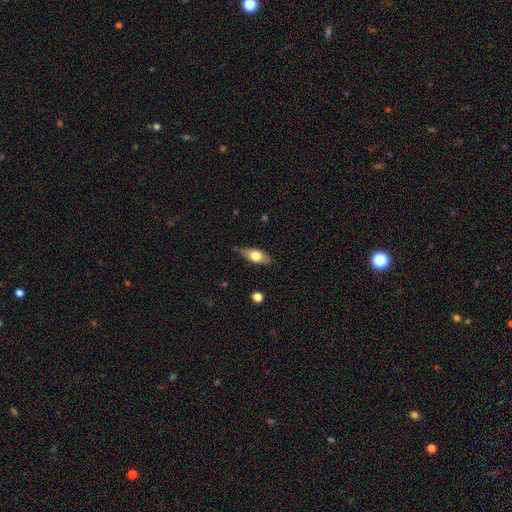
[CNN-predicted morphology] Q: Smooth or featured?
A: smooth (66%); runner-up: featured or disk (28%)
Q: How rounded?
A: in between (79%); runner-up: cigar-shaped (17%)
Q: Merging?
A: none (77%); runner-up: minor disturbance (18%)